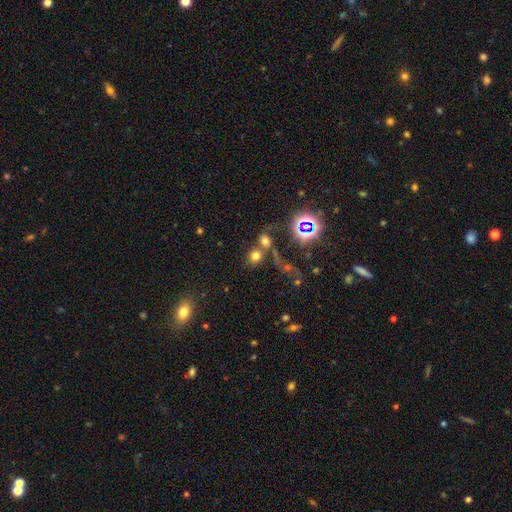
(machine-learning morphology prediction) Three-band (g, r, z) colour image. It shows a smooth galaxy with no disk features (65%) that is round (80%). Merging: none (52%).